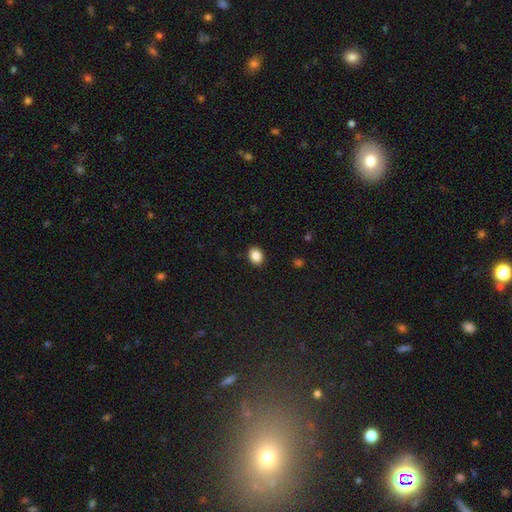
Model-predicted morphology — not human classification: This appears to be a smooth galaxy with no disk features (88%) that is in between round and cigar-shaped (60%). Merging: none (91%).